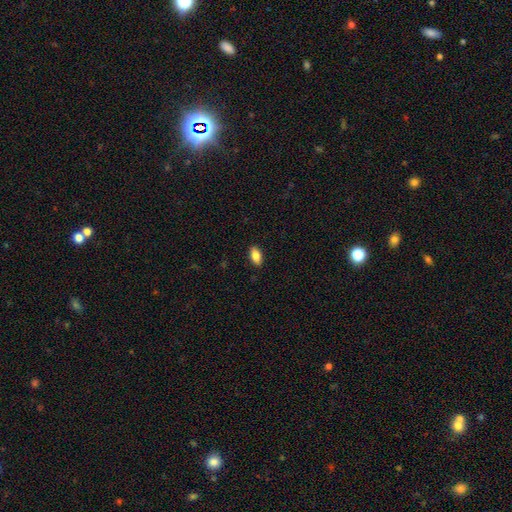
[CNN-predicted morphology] Overall: smooth (84%). How rounded: in between (90%). Merging: none (89%).